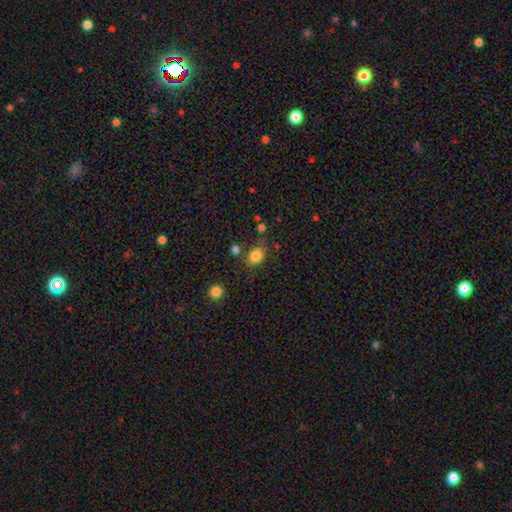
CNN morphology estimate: This appears to be a smooth galaxy with no disk features (83%) that is round (55%). Merging: none (74%).